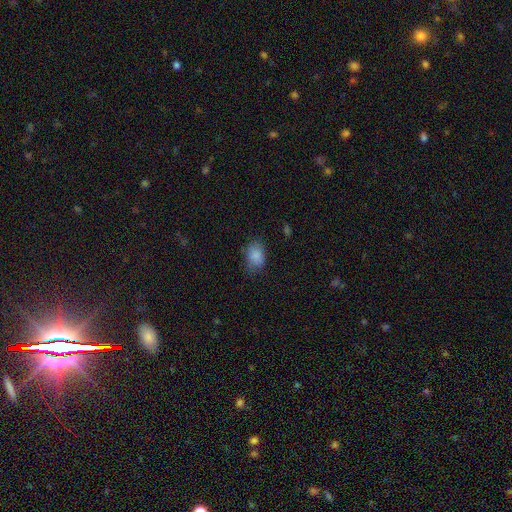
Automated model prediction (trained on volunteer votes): smooth-or-featured: smooth: 86% | star or artifact: 9% | featured or disk: 5%
  how-rounded: in between: 75% | round: 24% | cigar-shaped: 1%
  merging: none: 71% | minor disturbance: 21% | major disturbance: 6% | merger: 1%